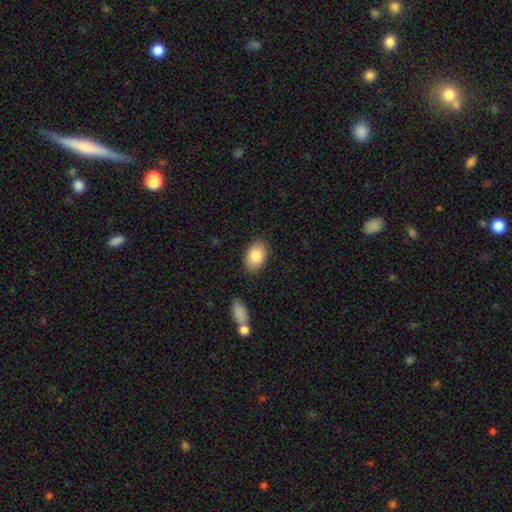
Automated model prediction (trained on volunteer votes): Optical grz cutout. It shows a smooth galaxy with no disk features (85%) that is in between round and cigar-shaped (89%). Merging: none (82%).